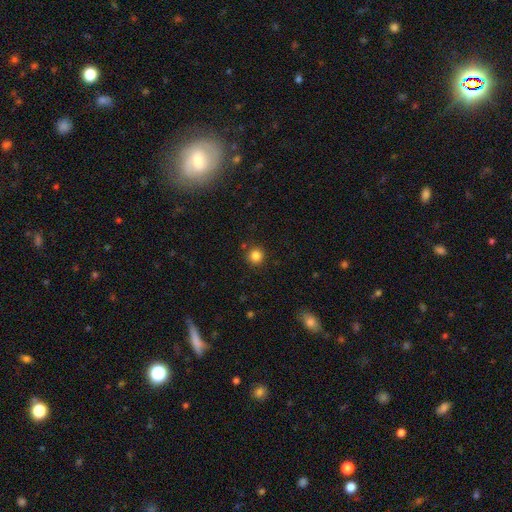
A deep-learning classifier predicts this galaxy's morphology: The model was most divided on "smooth or featured": smooth: 84%, star or artifact: 12%, featured or disk: 4%. More confident: how rounded — round (94%); merging — none (88%).